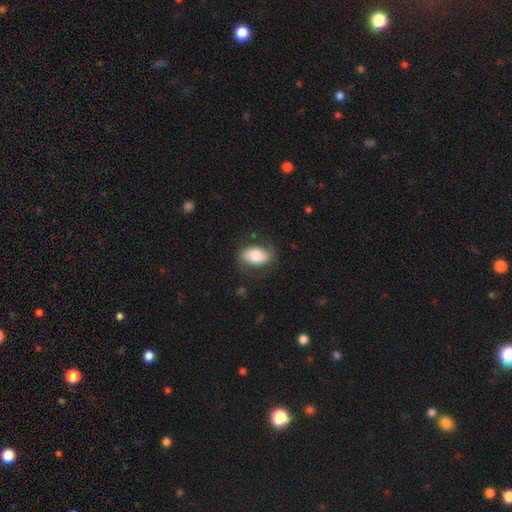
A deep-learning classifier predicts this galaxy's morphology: Smooth or featured: smooth — 68% (featured or disk — 25%)
How rounded: in between — 87% (round — 11%)
Merging: none — 73% (minor disturbance — 18%)